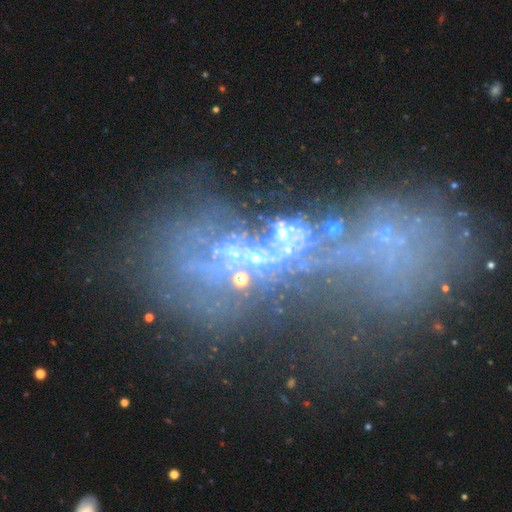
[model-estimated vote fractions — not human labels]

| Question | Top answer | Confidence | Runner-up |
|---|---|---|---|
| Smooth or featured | featured or disk | 43% | star or artifact (42%) |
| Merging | major disturbance | 33% | merger (32%) |